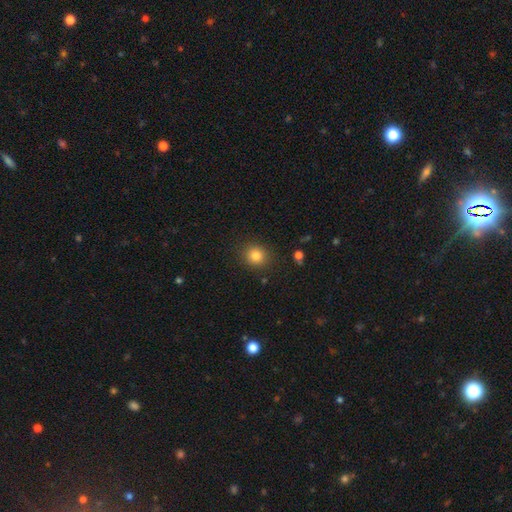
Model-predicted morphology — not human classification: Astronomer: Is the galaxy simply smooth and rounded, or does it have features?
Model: smooth — 82%.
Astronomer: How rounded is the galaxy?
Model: round — 84%.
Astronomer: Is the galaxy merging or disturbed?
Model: none — 88%.